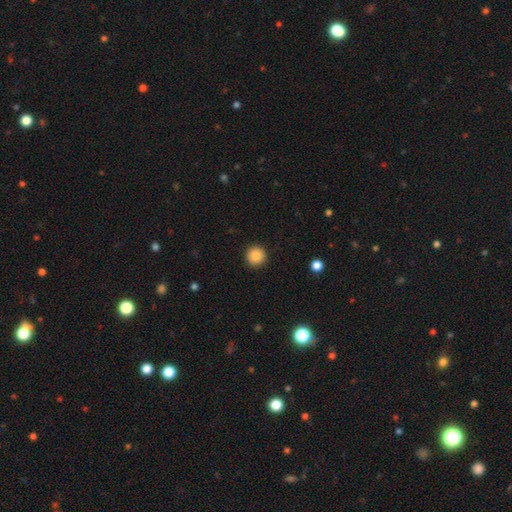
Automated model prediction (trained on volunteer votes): smooth-or-featured: smooth: 88% | star or artifact: 9% | featured or disk: 3%
  how-rounded: round: 95% | in between: 4% | cigar-shaped: 1%
  merging: none: 92% | minor disturbance: 5% | major disturbance: 2% | merger: 1%